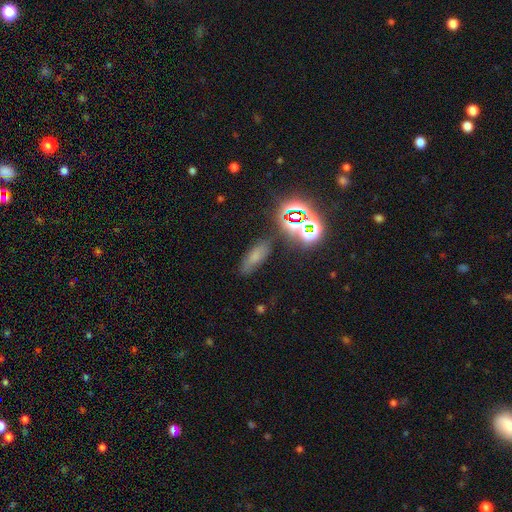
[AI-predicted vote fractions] Q: Smooth or featured?
A: smooth (58%); runner-up: star or artifact (27%)
Q: How rounded?
A: in between (62%); runner-up: cigar-shaped (30%)
Q: Merging?
A: none (74%); runner-up: minor disturbance (15%)